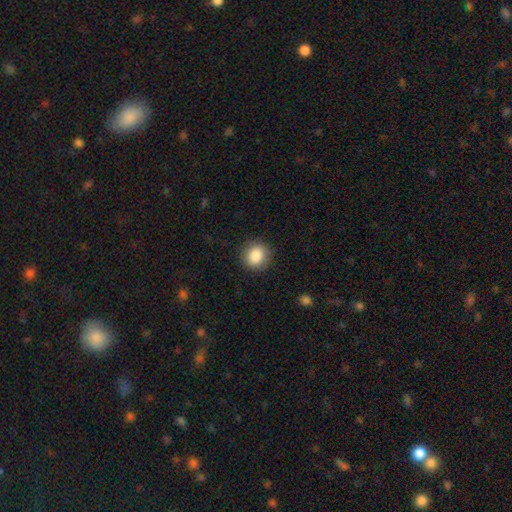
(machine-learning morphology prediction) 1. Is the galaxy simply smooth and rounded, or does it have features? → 86% smooth, 8% star or artifact, 6% featured or disk.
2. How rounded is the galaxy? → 85% round, 14% in between, 1% cigar-shaped.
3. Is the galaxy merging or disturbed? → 87% none, 9% minor disturbance, 3% major disturbance, 1% merger.